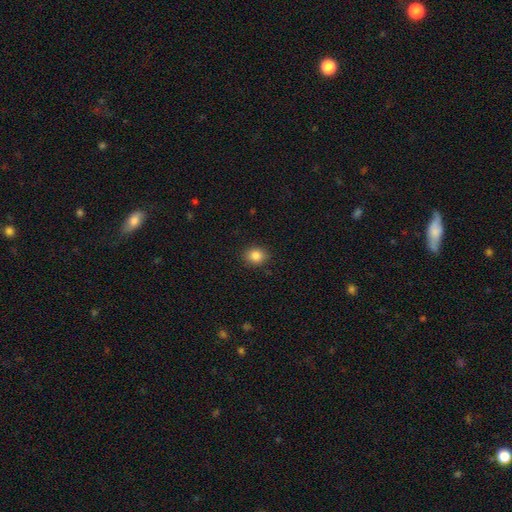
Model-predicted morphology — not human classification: A smooth galaxy with no disk features (85%) that is round (65%). Merging: none (90%).